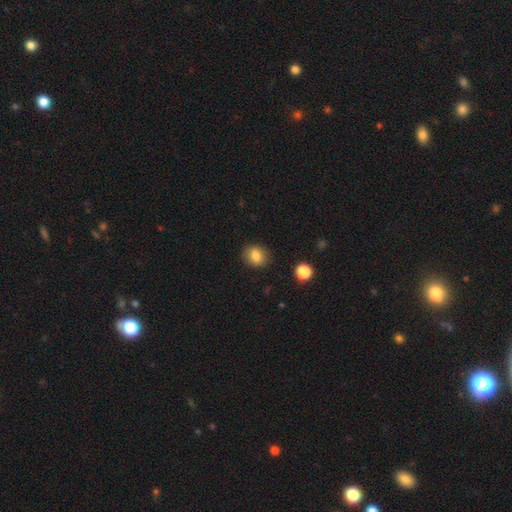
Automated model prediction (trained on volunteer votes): Overall: smooth (83%). How rounded: round (61%; in between 38%). Merging: none (87%).